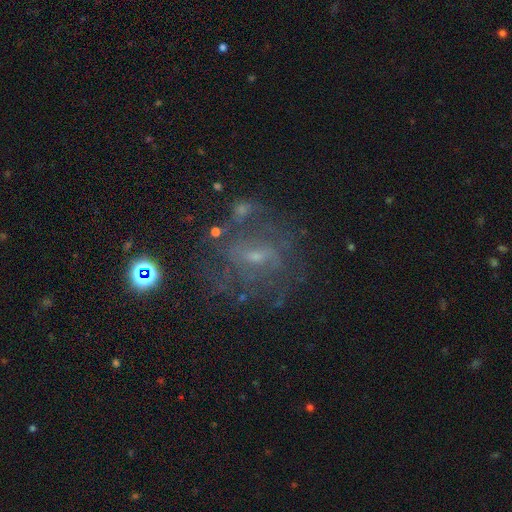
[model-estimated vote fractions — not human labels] Morphology: type=featured or disk (69%); edge-on=no (96%); bar=weak (52%); spiral arms=yes (72%); bulge=small (64%); merging=none (63%).